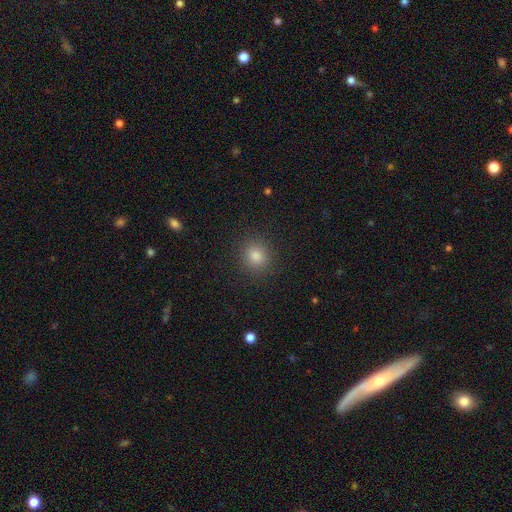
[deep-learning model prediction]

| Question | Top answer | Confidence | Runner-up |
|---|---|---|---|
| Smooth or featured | smooth | 81% | star or artifact (14%) |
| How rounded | round | 87% | in between (12%) |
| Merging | none | 91% | minor disturbance (6%) |